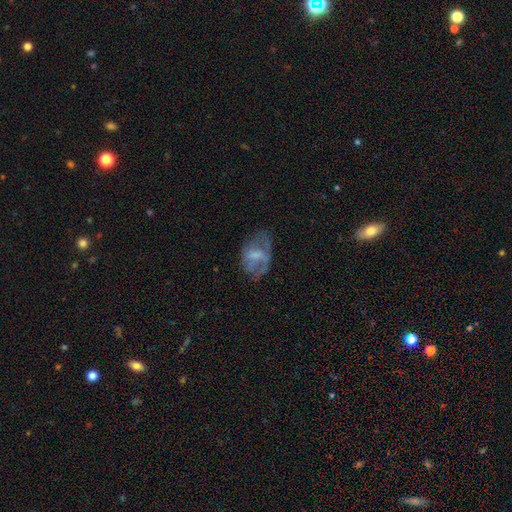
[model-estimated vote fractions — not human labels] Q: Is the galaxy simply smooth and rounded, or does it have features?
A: featured or disk — 48%.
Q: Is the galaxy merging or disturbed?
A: none — 42%.